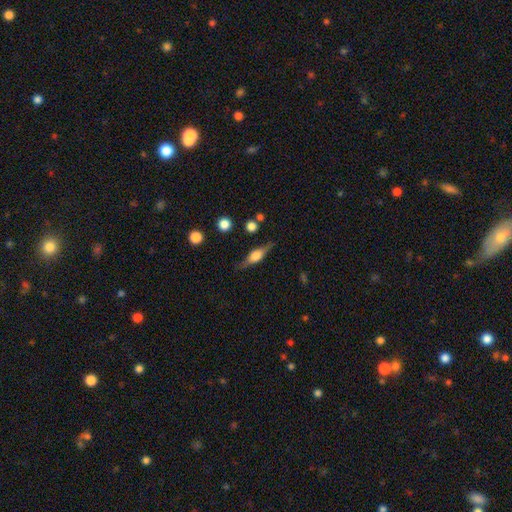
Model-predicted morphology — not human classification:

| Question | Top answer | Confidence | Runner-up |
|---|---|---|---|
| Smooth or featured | featured or disk | 60% | smooth (33%) |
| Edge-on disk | yes | 93% | no (7%) |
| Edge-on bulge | rounded | 85% | boxy (13%) |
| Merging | none | 80% | minor disturbance (14%) |